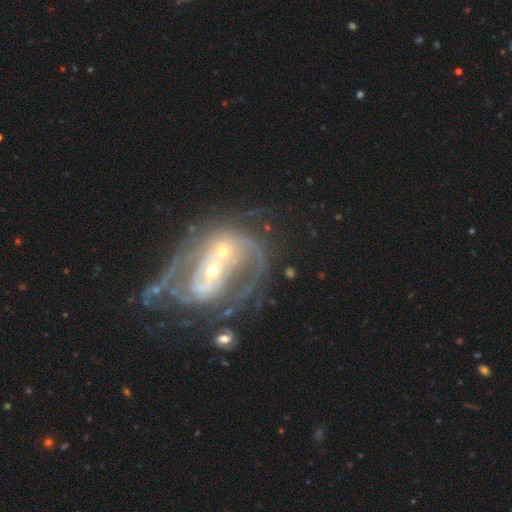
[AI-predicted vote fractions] Smooth or featured? Predicted: featured or disk (p=0.85). Edge-on disk? Predicted: no (p=0.97). Bar? Predicted: no (p=0.41). Spiral arms? Predicted: yes (p=0.86). Spiral winding? Predicted: medium (p=0.44). Spiral arm count? Predicted: 2 (p=0.60). Bulge size? Predicted: small (p=0.59). Merging? Predicted: merger (p=0.56).